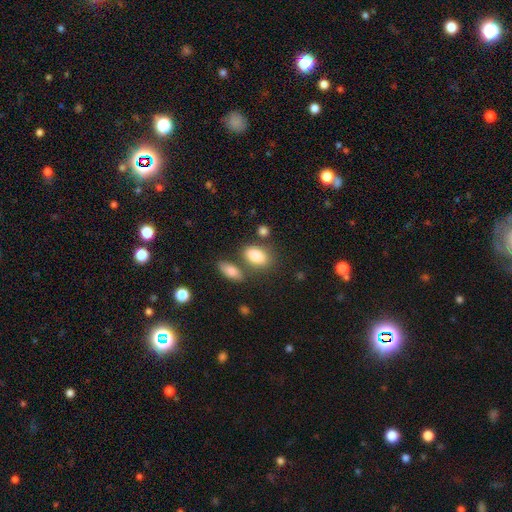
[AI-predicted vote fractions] Smooth or featured: smooth — 84% (featured or disk — 8%)
How rounded: in between — 87% (round — 11%)
Merging: none — 63% (merger — 19%)